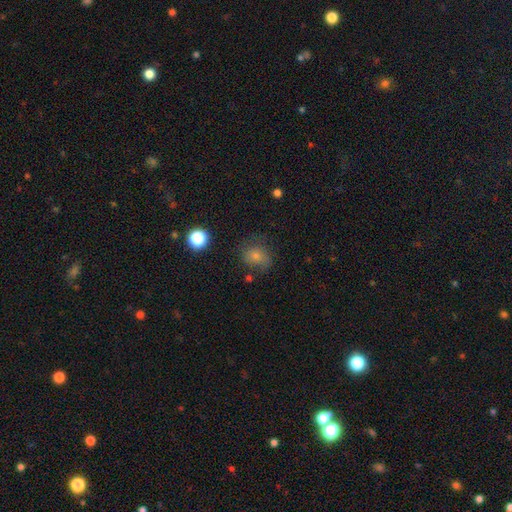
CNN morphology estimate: smooth_or_featured: smooth (p=0.65) [alt: star or artifact p=0.20]
how_rounded: round (p=0.68) [alt: in between p=0.31]
merging: none (p=0.68) [alt: minor disturbance p=0.20]